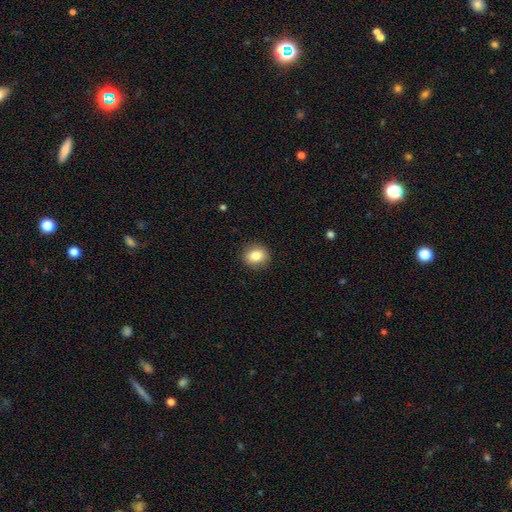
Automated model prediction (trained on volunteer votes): Overall: smooth (83%). How rounded: round (67%; in between 32%). Merging: none (89%).